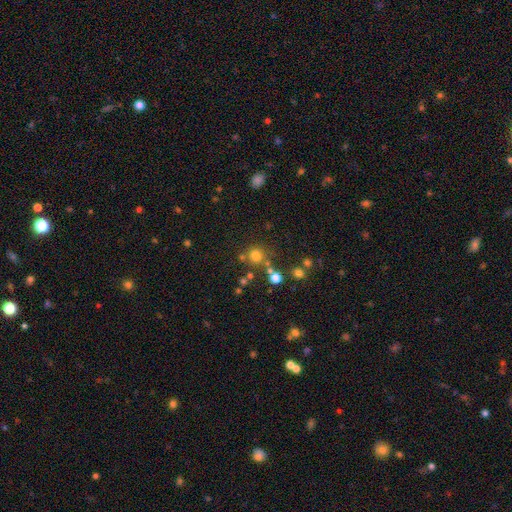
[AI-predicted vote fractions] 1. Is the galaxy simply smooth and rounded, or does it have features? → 72% smooth, 20% star or artifact, 8% featured or disk.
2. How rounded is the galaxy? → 92% round, 7% in between, 1% cigar-shaped.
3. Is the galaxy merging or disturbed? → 73% none, 14% merger, 9% minor disturbance, 4% major disturbance.